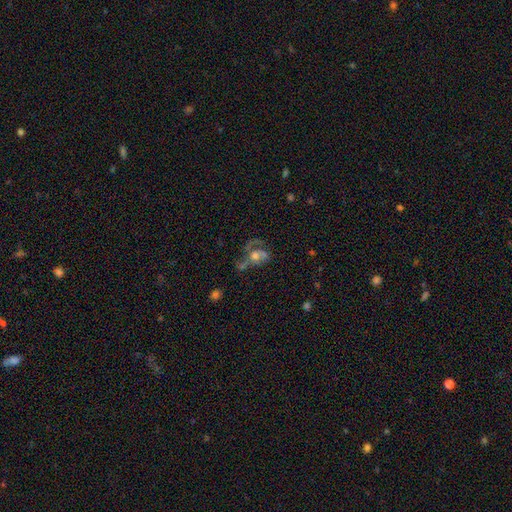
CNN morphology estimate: Smooth or featured? Predicted: featured or disk (p=0.55). Edge-on disk? Predicted: no (p=0.96). Bar? Predicted: no (p=0.80). Spiral arms? Predicted: yes (p=0.56). Bulge size? Predicted: moderate (p=0.54). Merging? Predicted: major disturbance (p=0.34).